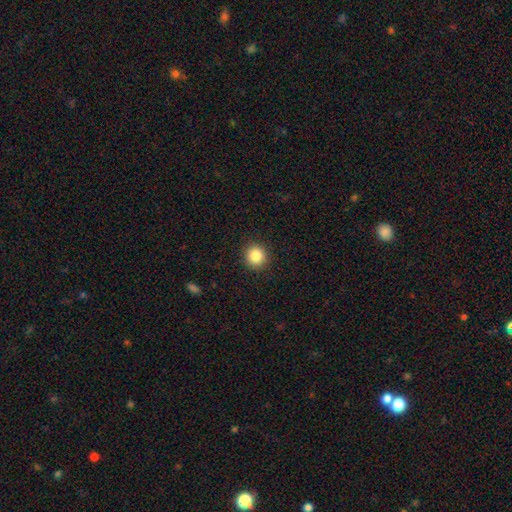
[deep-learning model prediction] Q: Smooth or featured?
A: smooth (86%); runner-up: star or artifact (10%)
Q: How rounded?
A: round (89%); runner-up: in between (10%)
Q: Merging?
A: none (91%); runner-up: minor disturbance (6%)